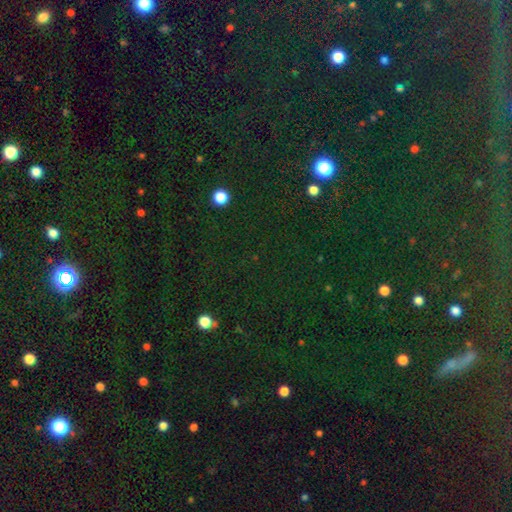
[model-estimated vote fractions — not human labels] Q: Smooth or featured?
A: star or artifact (75%); runner-up: smooth (17%)